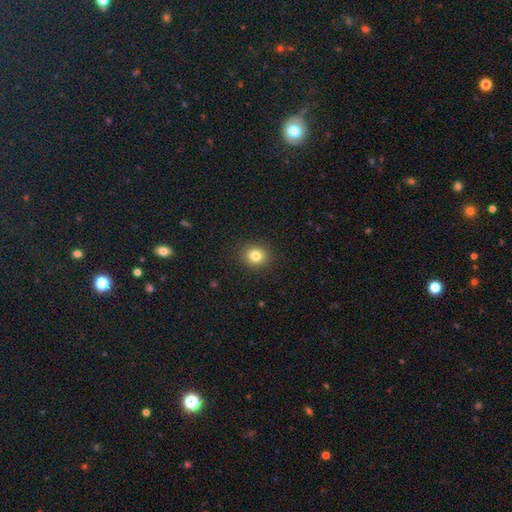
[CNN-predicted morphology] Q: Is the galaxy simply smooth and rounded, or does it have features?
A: smooth — 81%.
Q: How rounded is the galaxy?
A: round — 77%.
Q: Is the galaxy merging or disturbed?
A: none — 91%.